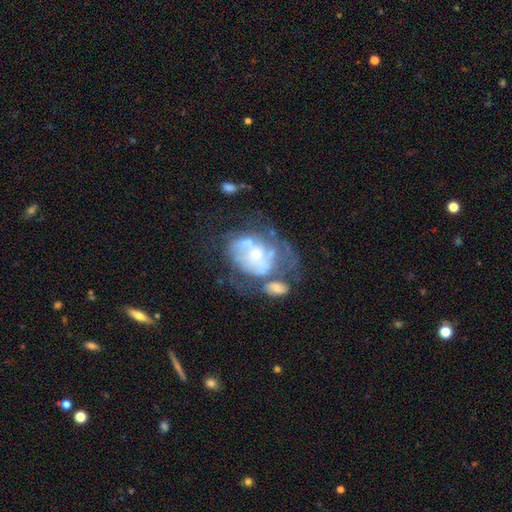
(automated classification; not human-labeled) Smooth or featured? featured or disk (70%)
Edge-on disk? no (97%)
Bar? no (75%)
Spiral arms? yes (51%)
Bulge size? small (54%)
Merging? merger (30%)